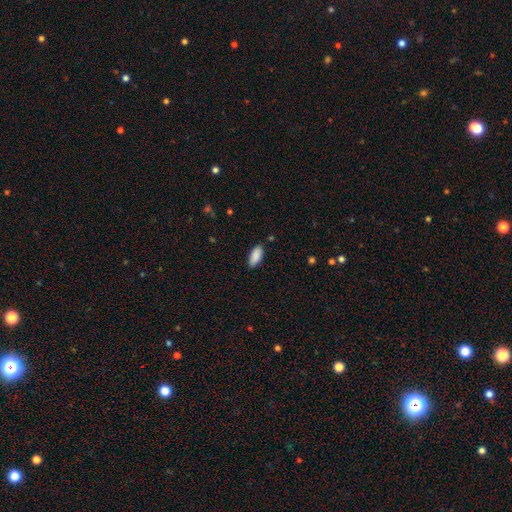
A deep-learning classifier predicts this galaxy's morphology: A smooth galaxy with no disk features (89%) that is in between round and cigar-shaped (86%). Merging: none (84%).